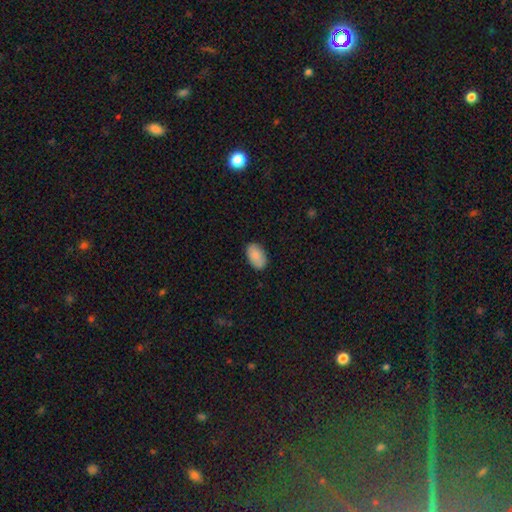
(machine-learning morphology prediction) type=smooth (87%); roundness=in between (93%); merging=none (85%).